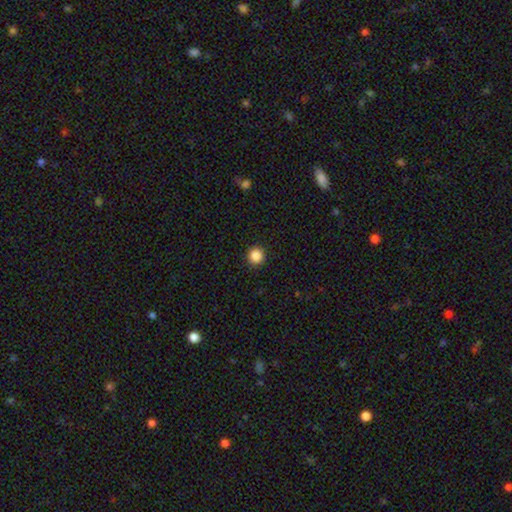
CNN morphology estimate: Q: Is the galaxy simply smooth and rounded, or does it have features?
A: smooth — 87%.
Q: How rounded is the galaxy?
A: round — 95%.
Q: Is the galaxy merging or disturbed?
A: none — 92%.